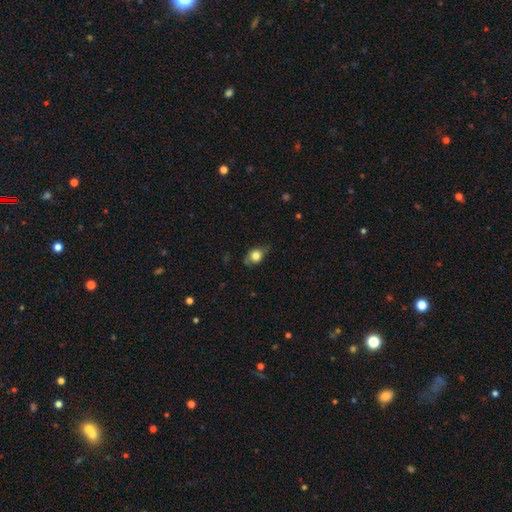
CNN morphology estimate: This is likely a smooth galaxy (71%). How rounded: possibly in between (52%). Merging: likely none (62%).